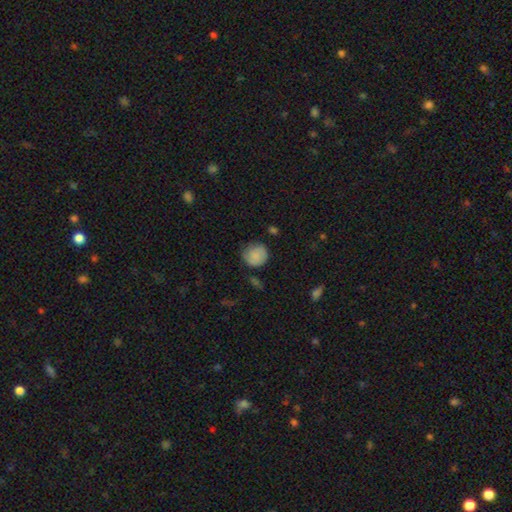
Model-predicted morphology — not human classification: The model was most divided on "merging": none: 70%, minor disturbance: 23%, major disturbance: 5%, merger: 2%. More confident: how rounded — round (86%); smooth or featured — smooth (82%).